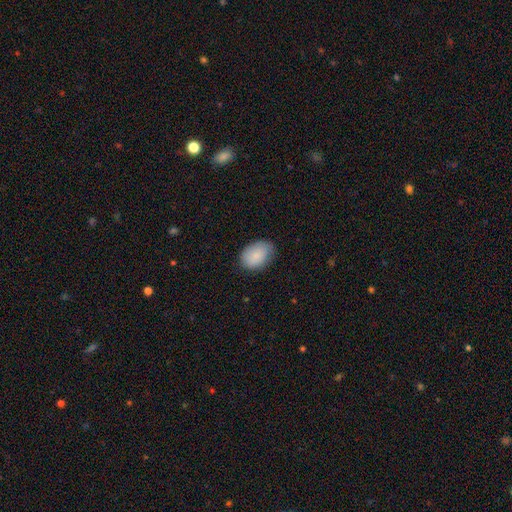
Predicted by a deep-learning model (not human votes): Smooth or featured: smooth — 87% (star or artifact — 7%)
How rounded: in between — 84% (round — 15%)
Merging: none — 74% (minor disturbance — 21%)